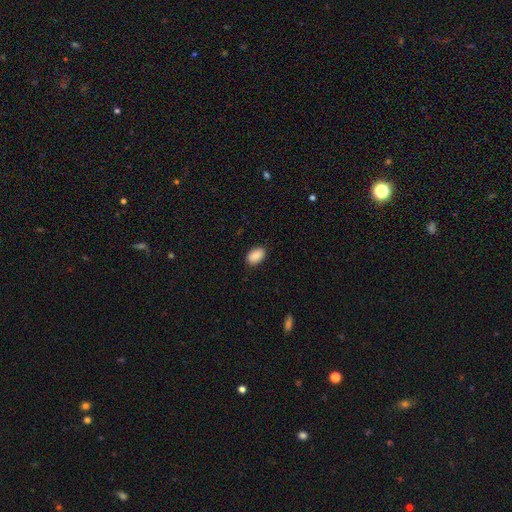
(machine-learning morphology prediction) Smooth or featured? smooth (88%)
How rounded? in between (90%)
Merging? none (87%)